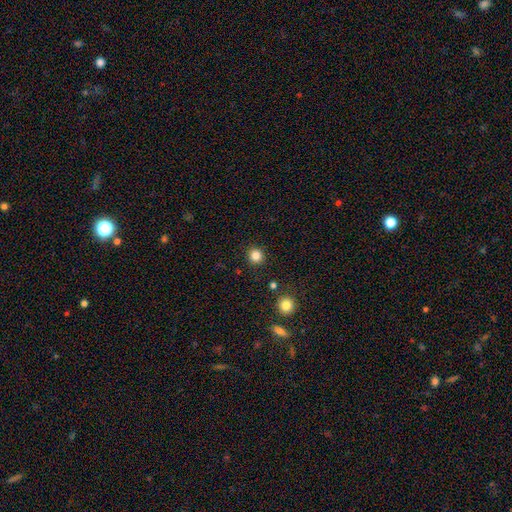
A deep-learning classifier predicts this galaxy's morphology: Overall: smooth (84%). How rounded: round (93%). Merging: none (91%).